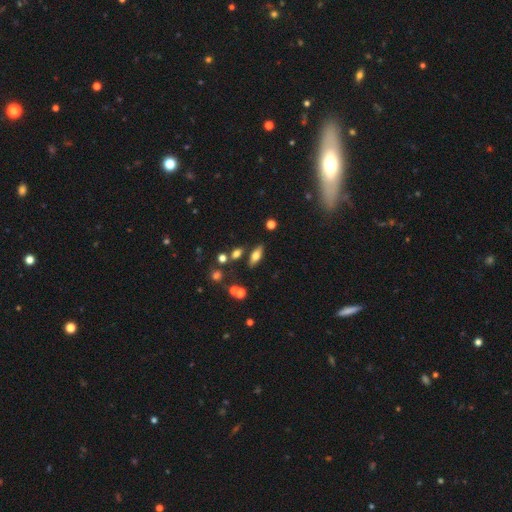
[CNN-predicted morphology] This appears to be a smooth galaxy with no disk features (61%) that is in between round and cigar-shaped (72%). Merging: none (79%).